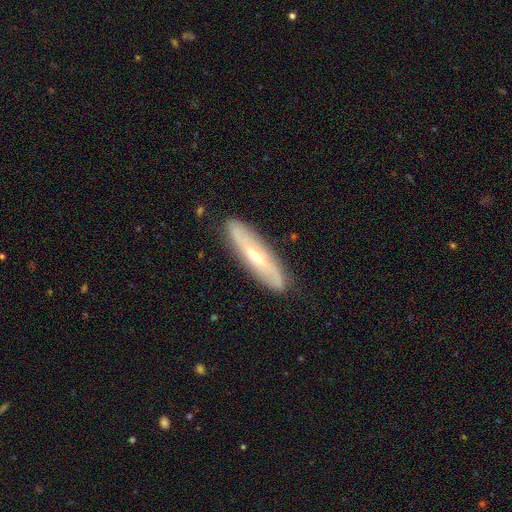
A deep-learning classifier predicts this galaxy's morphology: featured or disk 61%, smooth 33%, star or artifact 6%. Down the decision tree: edge-on disk — no (61%); merging — none (85%).